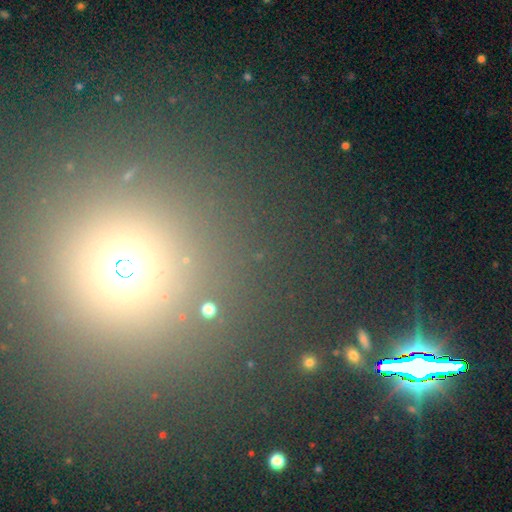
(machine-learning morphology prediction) A star or artifact, not a galaxy (60%).

Vote fractions:
- Smooth or featured? star or artifact: 60% / smooth: 32% / featured or disk: 8%